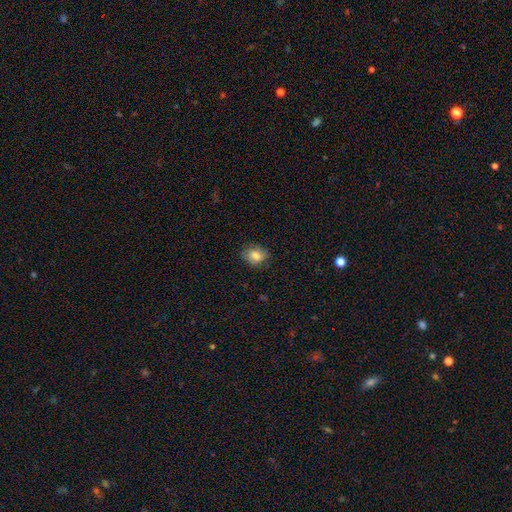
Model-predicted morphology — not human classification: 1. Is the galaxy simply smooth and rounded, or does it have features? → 82% smooth, 10% featured or disk, 9% star or artifact.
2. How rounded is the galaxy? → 58% in between, 41% round, 1% cigar-shaped.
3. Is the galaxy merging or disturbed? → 81% none, 15% minor disturbance, 3% major disturbance, 1% merger.